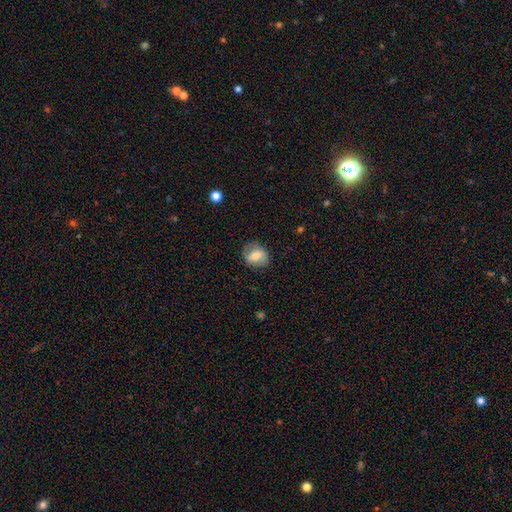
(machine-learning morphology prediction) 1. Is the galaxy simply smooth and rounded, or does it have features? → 61% smooth, 31% featured or disk, 8% star or artifact.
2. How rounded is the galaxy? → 57% round, 42% in between, 1% cigar-shaped.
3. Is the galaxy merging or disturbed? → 78% none, 16% minor disturbance, 5% major disturbance, 1% merger.